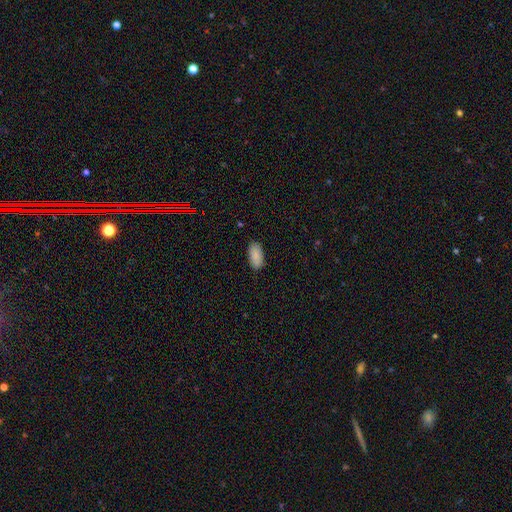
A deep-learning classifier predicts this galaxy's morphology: Smooth or featured? Predicted: smooth (p=0.89). How rounded? Predicted: in between (p=0.94). Merging? Predicted: none (p=0.86).